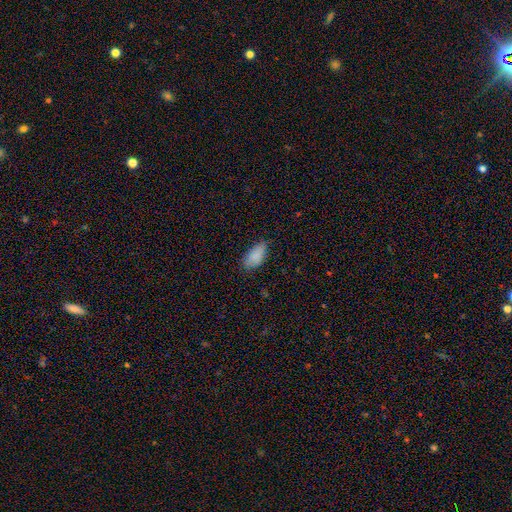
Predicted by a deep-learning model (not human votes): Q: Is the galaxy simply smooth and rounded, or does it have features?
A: smooth — 86%.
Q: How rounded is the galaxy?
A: in between — 92%.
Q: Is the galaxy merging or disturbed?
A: none — 65%.